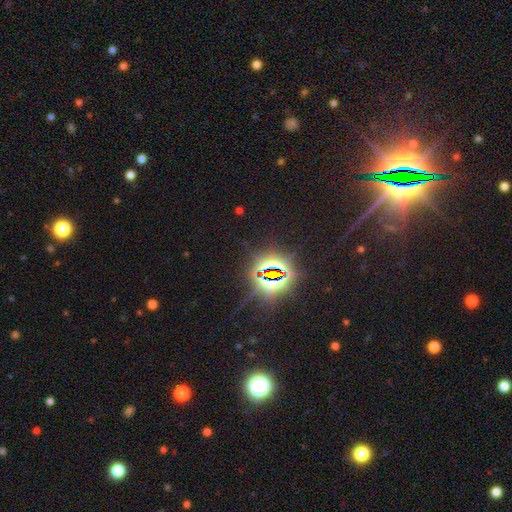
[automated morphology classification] Smooth or featured? star or artifact (84%)